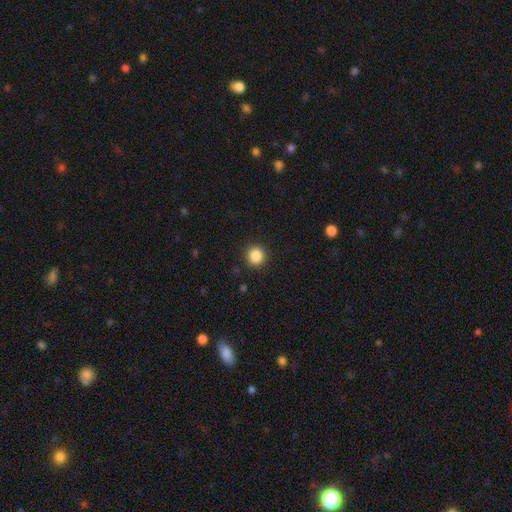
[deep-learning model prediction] Overall: smooth (86%). How rounded: round (91%). Merging: none (91%).